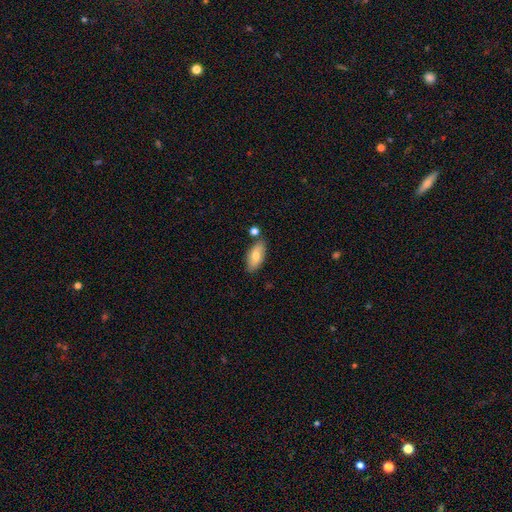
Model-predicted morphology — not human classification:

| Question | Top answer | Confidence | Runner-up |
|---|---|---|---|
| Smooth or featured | smooth | 71% | featured or disk (22%) |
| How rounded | in between | 89% | cigar-shaped (7%) |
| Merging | none | 76% | minor disturbance (14%) |